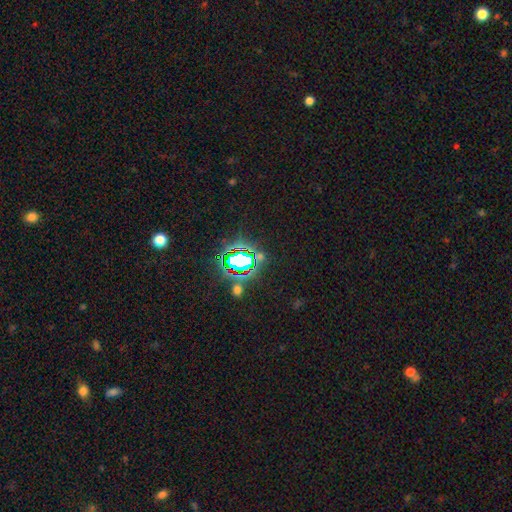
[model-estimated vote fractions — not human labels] smooth-or-featured: star or artifact: 75% | smooth: 16% | featured or disk: 9%